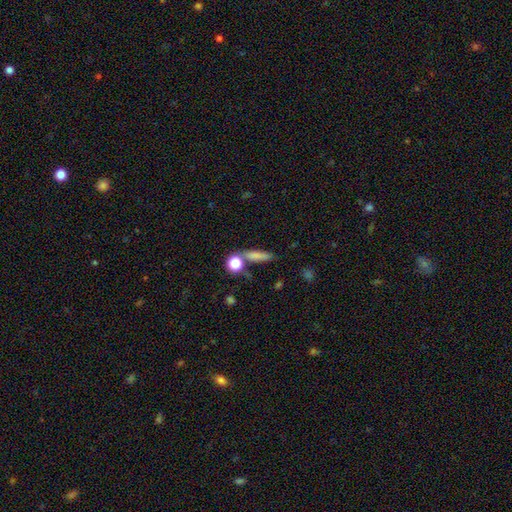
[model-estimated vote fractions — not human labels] smooth 76%, featured or disk 12%, star or artifact 11%. Down the decision tree: how rounded — cigar-shaped (58%); merging — none (66%).